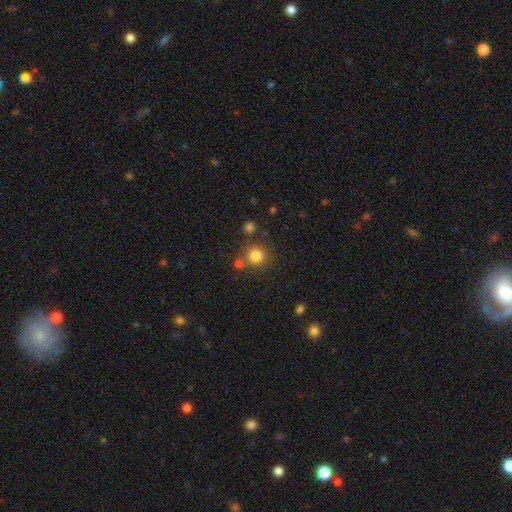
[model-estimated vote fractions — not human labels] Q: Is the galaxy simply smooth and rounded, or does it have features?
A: smooth — 82%.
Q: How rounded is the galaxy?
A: round — 93%.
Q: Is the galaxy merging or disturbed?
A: none — 75%.